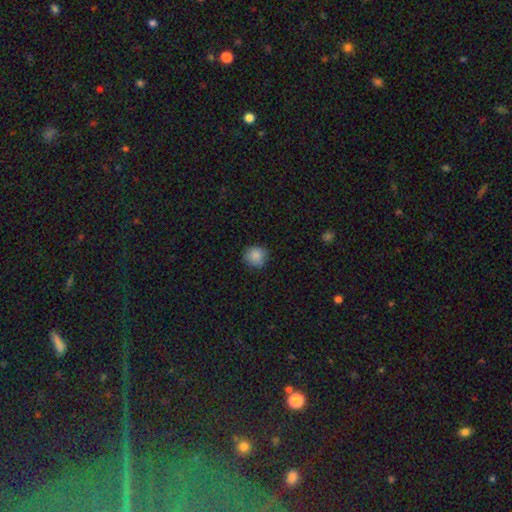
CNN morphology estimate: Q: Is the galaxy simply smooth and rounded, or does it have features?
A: smooth — 86%.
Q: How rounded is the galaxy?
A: round — 90%.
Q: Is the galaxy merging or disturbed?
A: none — 83%.